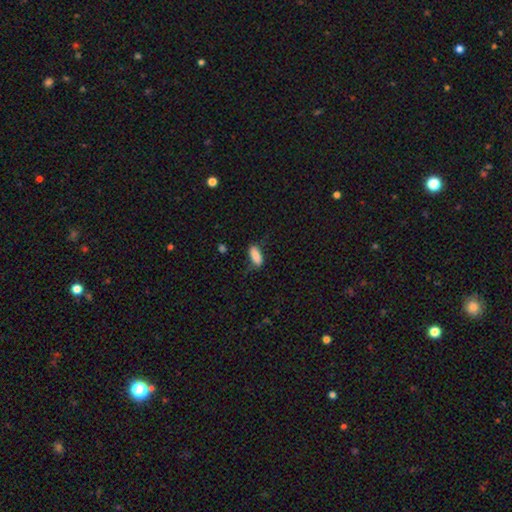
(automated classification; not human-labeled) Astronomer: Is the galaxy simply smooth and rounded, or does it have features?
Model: smooth — 85%.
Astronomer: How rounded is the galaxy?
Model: in between — 69%.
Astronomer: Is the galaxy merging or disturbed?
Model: none — 69%.